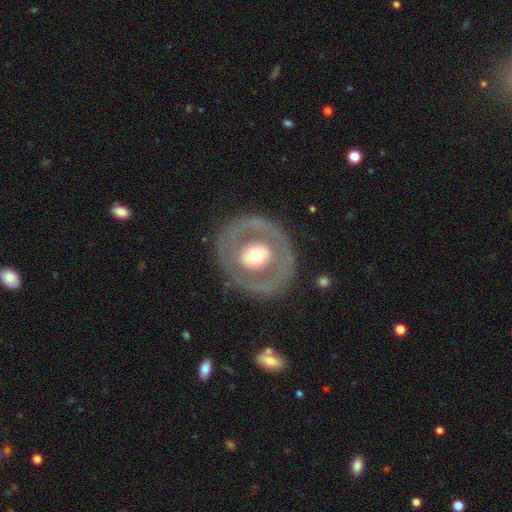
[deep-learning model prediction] Morphology: type=featured or disk (60%); edge-on=no (93%); bar=no (64%); spiral arms=no (85%); bulge=moderate (64%); merging=none (81%).